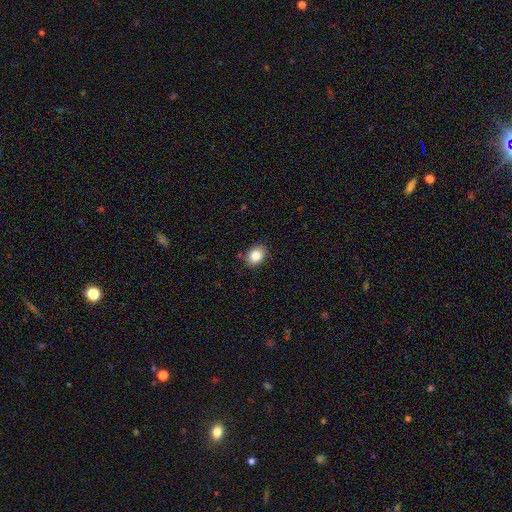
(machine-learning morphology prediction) type=smooth (86%); roundness=in between (59%); merging=none (84%).